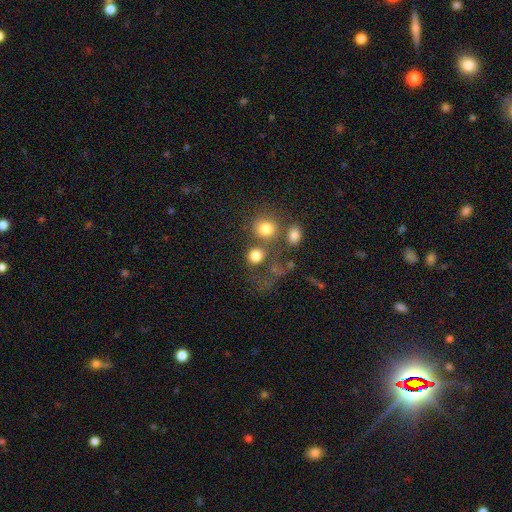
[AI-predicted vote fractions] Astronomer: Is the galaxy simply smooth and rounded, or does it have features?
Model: smooth — 78%.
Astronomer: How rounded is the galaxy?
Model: round — 81%.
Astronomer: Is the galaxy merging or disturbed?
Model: none — 50% (runner-up: merger, 28%).